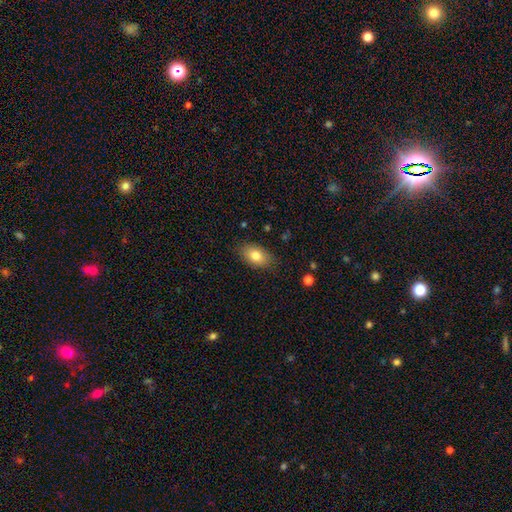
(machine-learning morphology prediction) Overall: smooth (79%). How rounded: in between (89%). Merging: none (82%).